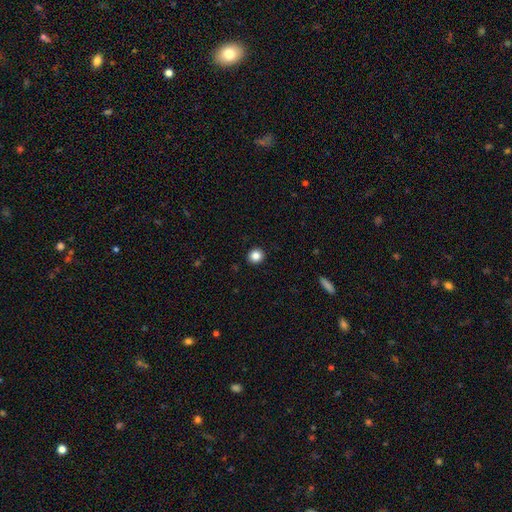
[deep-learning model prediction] Q: Smooth or featured?
A: smooth (85%); runner-up: star or artifact (10%)
Q: How rounded?
A: round (91%); runner-up: in between (8%)
Q: Merging?
A: none (93%); runner-up: minor disturbance (5%)